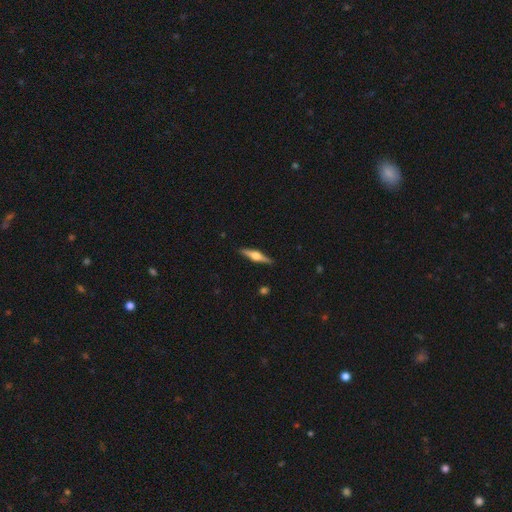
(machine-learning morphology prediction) This appears to be a featured or disk galaxy (71%) viewed edge-on (98%) with a rounded central bulge (93%). Merging: none (91%).